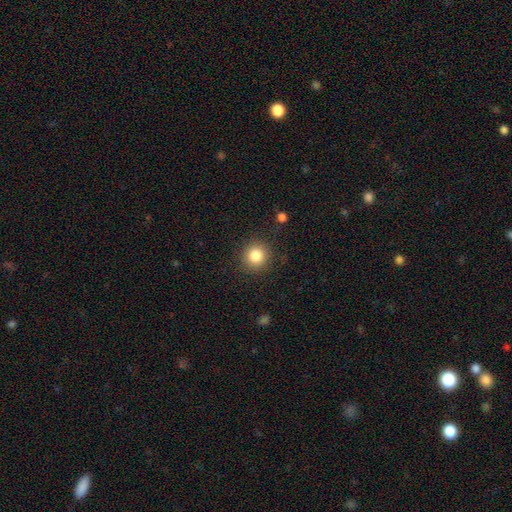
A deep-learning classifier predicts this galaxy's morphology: Smooth or featured?
  - smooth: 84% *
  - star or artifact: 11%
  - featured or disk: 6%
How rounded?
  - round: 92% *
  - in between: 7%
  - cigar-shaped: 1%
Merging?
  - none: 89% *
  - minor disturbance: 7%
  - major disturbance: 3%
  - merger: 1%